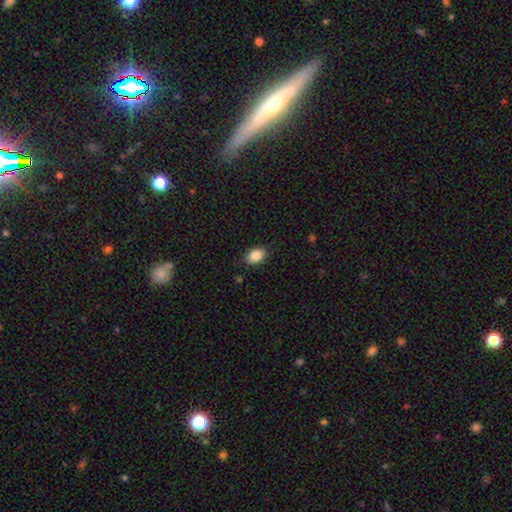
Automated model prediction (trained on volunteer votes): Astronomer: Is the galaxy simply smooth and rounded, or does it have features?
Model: smooth — 87%.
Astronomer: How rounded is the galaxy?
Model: in between — 84%.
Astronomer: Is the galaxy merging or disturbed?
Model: none — 86%.